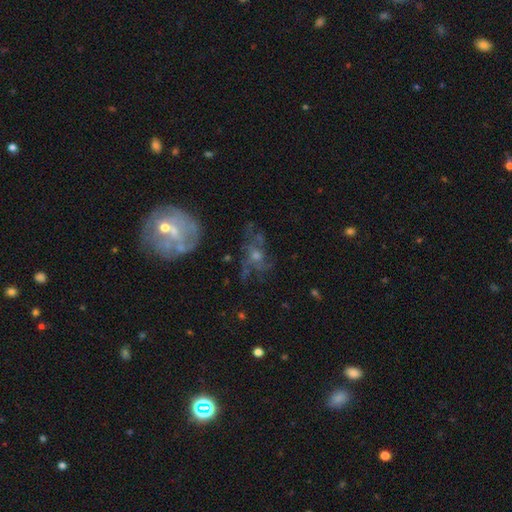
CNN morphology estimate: This is possibly a featured or disk galaxy (55%). It is clearly not viewed edge-on (93%). Bar: clearly no (80%). Spiral arm pattern: possibly yes (50%, tied with no). Central bulge: marginally moderate (42%). Merging: possibly none (51%).